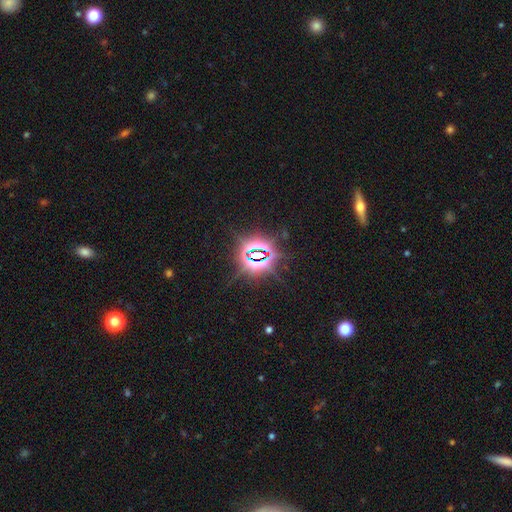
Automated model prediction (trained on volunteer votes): Smooth or featured? star or artifact (85%)